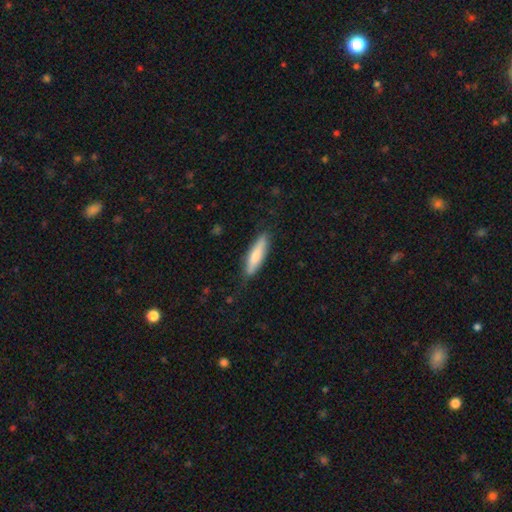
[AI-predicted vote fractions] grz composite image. It shows a smooth galaxy with no disk features (73%) that is cigar-shaped (71%). Merging: none (81%).